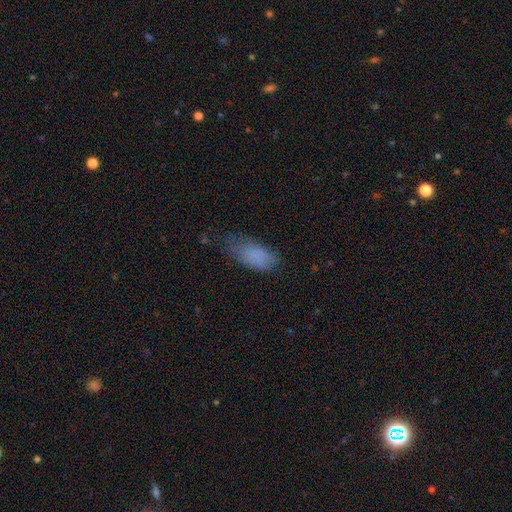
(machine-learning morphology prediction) Overall: smooth (81%). How rounded: in between (88%). Merging: none (45%; minor disturbance 36%).